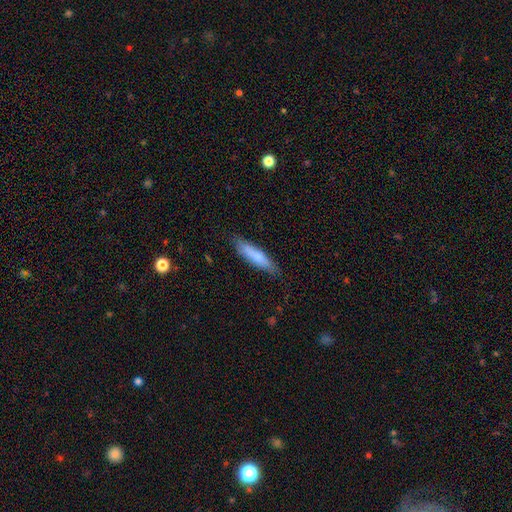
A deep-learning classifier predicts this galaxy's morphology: Smooth or featured: smooth — 77% (featured or disk — 17%)
How rounded: cigar-shaped — 79% (in between — 20%)
Merging: none — 80% (minor disturbance — 16%)